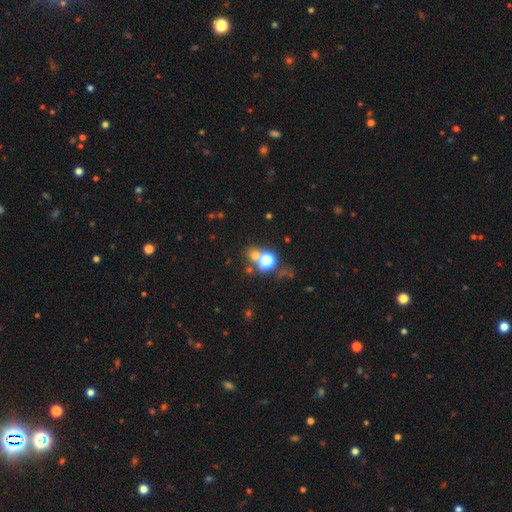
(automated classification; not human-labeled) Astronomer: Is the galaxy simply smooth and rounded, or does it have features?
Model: smooth — 57% (runner-up: star or artifact, 33%).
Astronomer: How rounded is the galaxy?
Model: round — 82%.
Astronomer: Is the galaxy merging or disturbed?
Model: none — 59%.